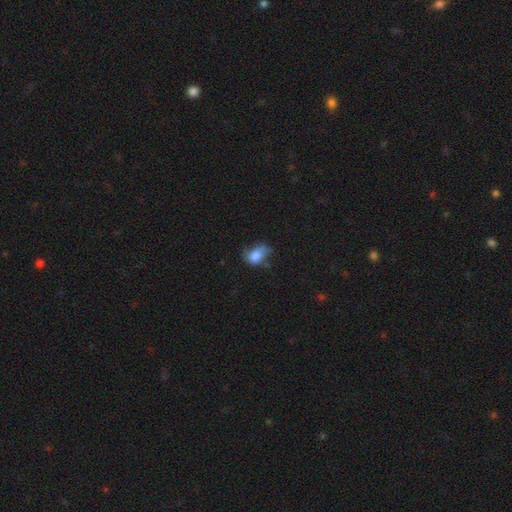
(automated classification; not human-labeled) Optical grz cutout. It shows a smooth galaxy with no disk features (74%) that is in between round and cigar-shaped (75%). Merging: minor disturbance (36%).